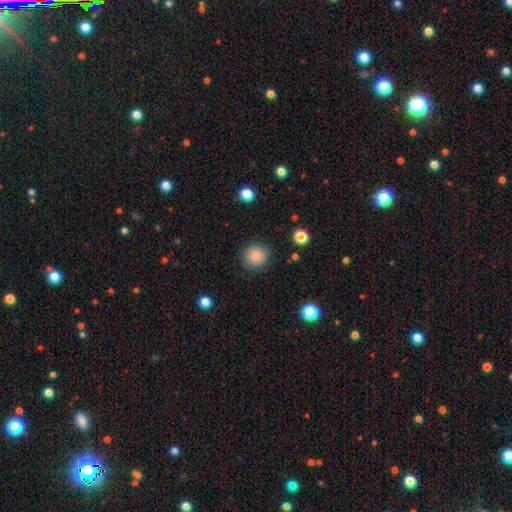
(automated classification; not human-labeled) Smooth or featured? Predicted: smooth (p=0.87). How rounded? Predicted: round (p=0.93). Merging? Predicted: none (p=0.89).